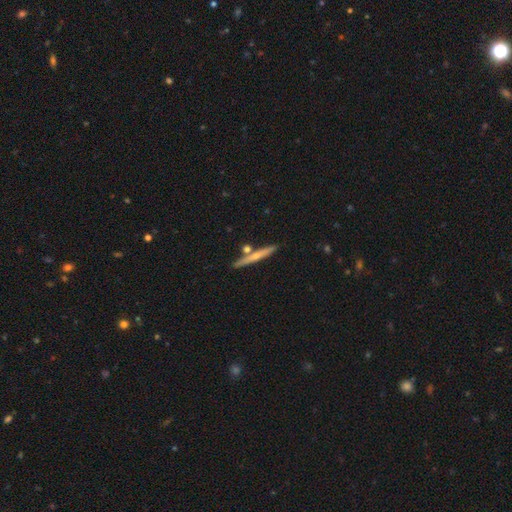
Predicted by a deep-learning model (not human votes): Smooth or featured? Predicted: featured or disk (p=0.47, tied with smooth). Merging? Predicted: none (p=0.82).